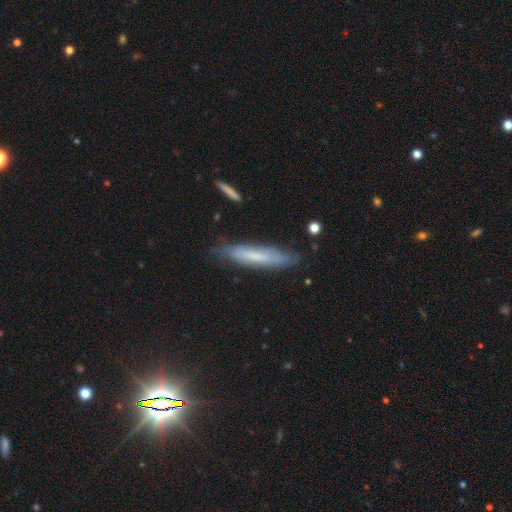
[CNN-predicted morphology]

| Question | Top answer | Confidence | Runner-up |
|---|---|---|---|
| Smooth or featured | smooth | 55% | featured or disk (37%) |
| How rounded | cigar-shaped | 85% | in between (14%) |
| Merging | none | 79% | minor disturbance (16%) |